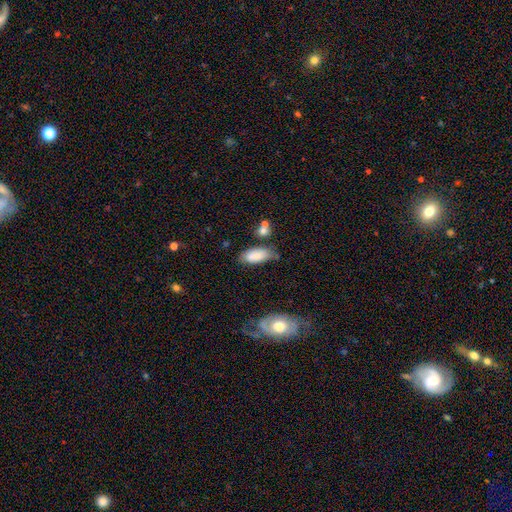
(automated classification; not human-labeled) Overall: smooth (82%). How rounded: in between (86%). Merging: none (61%; minor disturbance 25%).